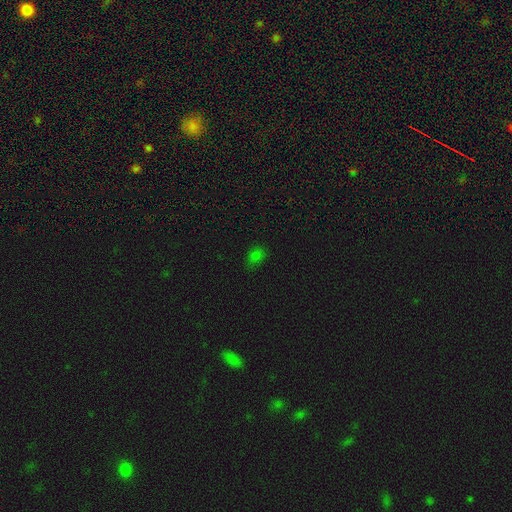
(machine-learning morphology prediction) smooth 72%, star or artifact 22%, featured or disk 6%. Down the decision tree: how rounded — in between (56%); merging — none (77%).